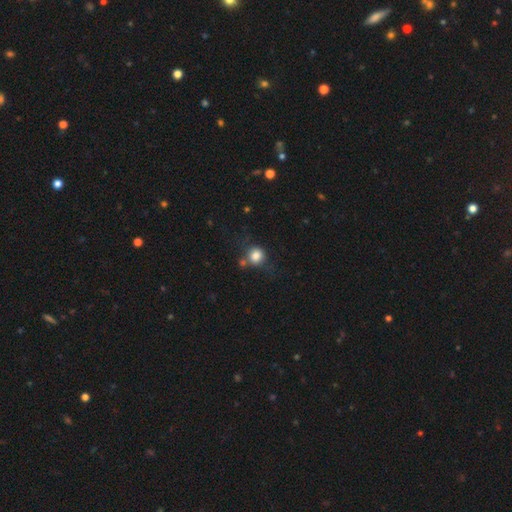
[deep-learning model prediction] A smooth galaxy with no disk features (81%) that is round (84%).

Vote fractions:
- Smooth or featured? smooth: 81% / star or artifact: 11% / featured or disk: 8%
- How rounded? round: 84% / in between: 15% / cigar-shaped: 1%
- Merging? none: 61% / minor disturbance: 18% / merger: 13% / major disturbance: 7%